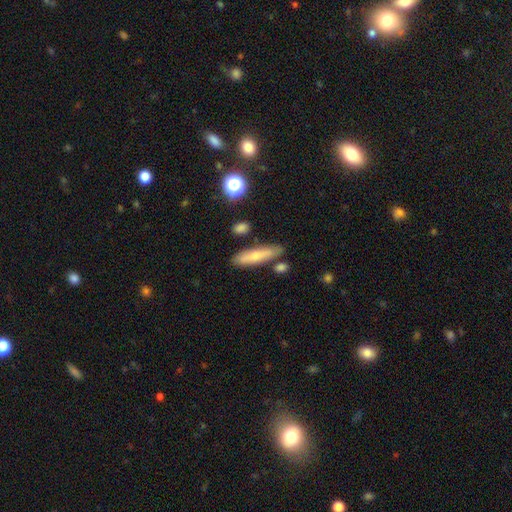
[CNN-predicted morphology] Smooth or featured: smooth — 68% (featured or disk — 25%)
How rounded: cigar-shaped — 74% (in between — 23%)
Merging: none — 80% (minor disturbance — 12%)